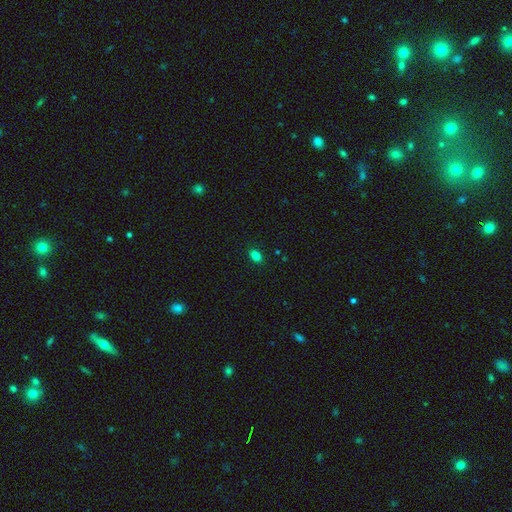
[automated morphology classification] The model was most divided on "how rounded": in between: 84%, round: 14%, cigar-shaped: 2%. More confident: merging — none (88%); smooth or featured — smooth (83%).